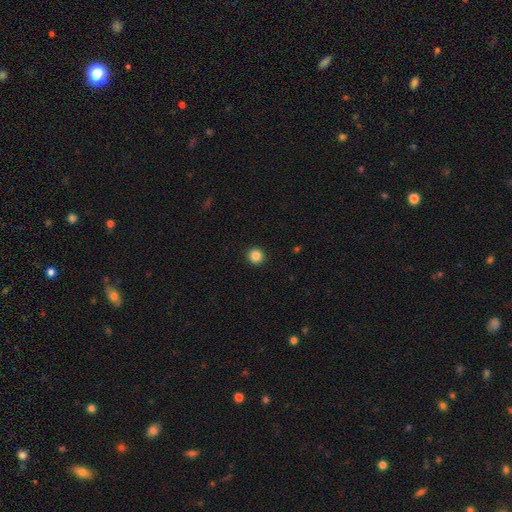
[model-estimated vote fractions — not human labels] Overall: smooth (86%). How rounded: round (94%). Merging: none (93%).